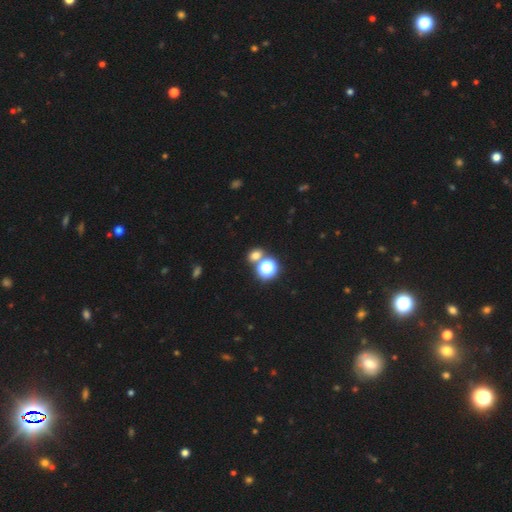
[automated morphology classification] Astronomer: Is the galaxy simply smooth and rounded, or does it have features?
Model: smooth — 65%.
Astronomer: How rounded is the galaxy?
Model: round — 55% (runner-up: in between, 43%).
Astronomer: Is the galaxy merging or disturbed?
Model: none — 65%.